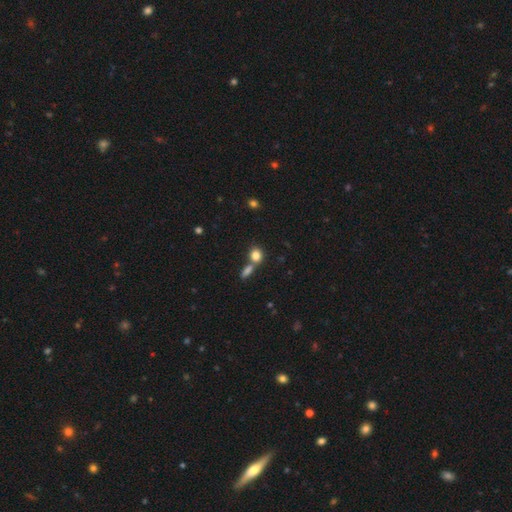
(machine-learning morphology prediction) Q: Smooth or featured?
A: smooth (83%); runner-up: star or artifact (10%)
Q: How rounded?
A: round (61%); runner-up: in between (36%)
Q: Merging?
A: none (49%); runner-up: merger (38%)